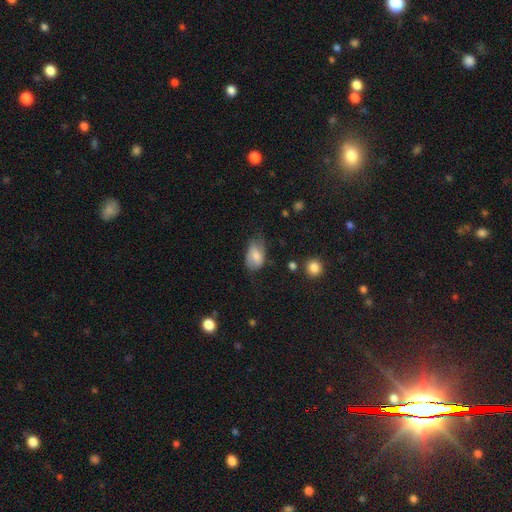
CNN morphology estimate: type=smooth (68%); roundness=in between (87%); merging=none (48%).